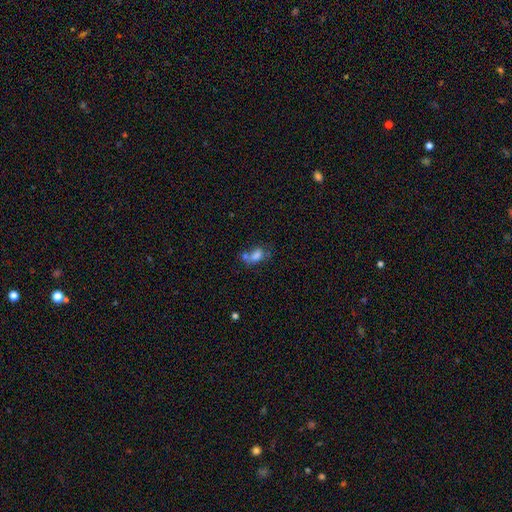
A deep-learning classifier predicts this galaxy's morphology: A smooth galaxy with no disk features (72%) that is in between round and cigar-shaped (81%).

Vote fractions:
- Smooth or featured? smooth: 72% / featured or disk: 15% / star or artifact: 13%
- How rounded? in between: 81% / round: 15% / cigar-shaped: 4%
- Merging? merger: 47% / none: 27% / minor disturbance: 14% / major disturbance: 12%